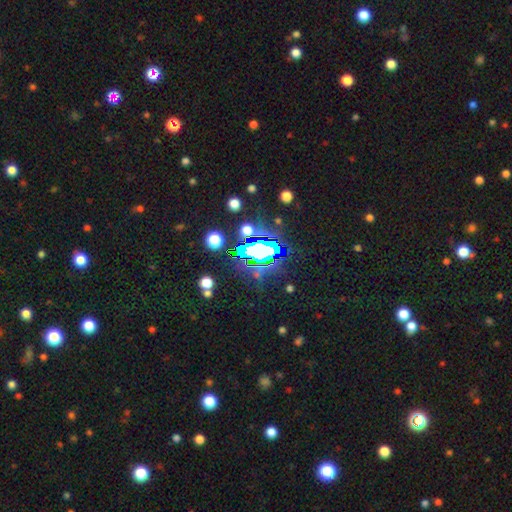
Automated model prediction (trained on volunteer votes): star or artifact 67%, smooth 21%, featured or disk 12%.